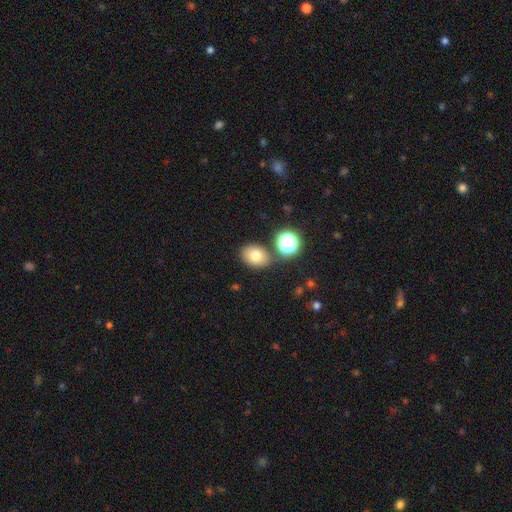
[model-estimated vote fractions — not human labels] Smooth or featured?
  - smooth: 75% *
  - star or artifact: 13%
  - featured or disk: 12%
How rounded?
  - in between: 66% *
  - round: 33%
  - cigar-shaped: 1%
Merging?
  - none: 78% *
  - minor disturbance: 11%
  - merger: 8%
  - major disturbance: 3%